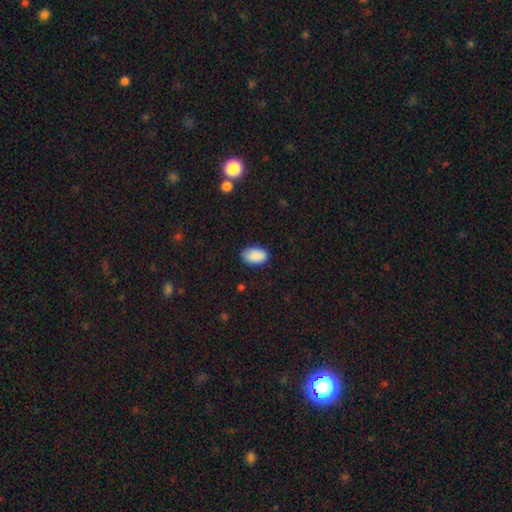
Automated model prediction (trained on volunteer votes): This appears to be a smooth galaxy with no disk features (90%) that is in between round and cigar-shaped (93%). Merging: none (83%).